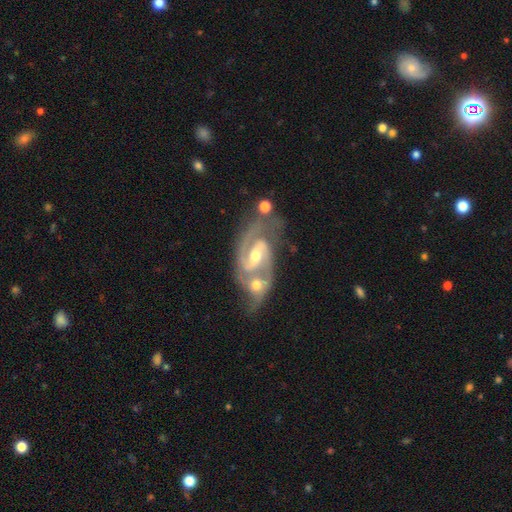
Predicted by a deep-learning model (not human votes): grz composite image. It shows a featured or disk galaxy (91%) with a weak bar (45%), 2 (89%) medium (57%) spiral arms (98%) and a moderate central bulge (61%). Merging: merger (52%).